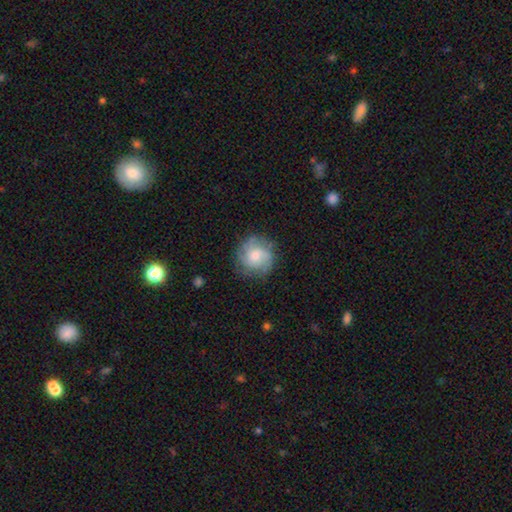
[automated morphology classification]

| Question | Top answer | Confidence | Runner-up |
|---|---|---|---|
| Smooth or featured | featured or disk | 51% | smooth (41%) |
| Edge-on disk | no | 98% | yes (2%) |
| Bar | no | 73% | weak (24%) |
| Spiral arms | yes | 87% | no (13%) |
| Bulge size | moderate | 49% | small (32%) |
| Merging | none | 77% | minor disturbance (16%) |